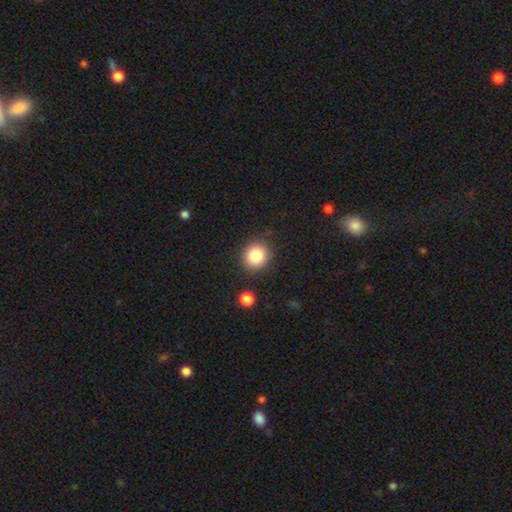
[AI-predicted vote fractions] This is clearly a smooth galaxy (84%). How rounded: clearly round (85%). Merging: clearly none (85%).